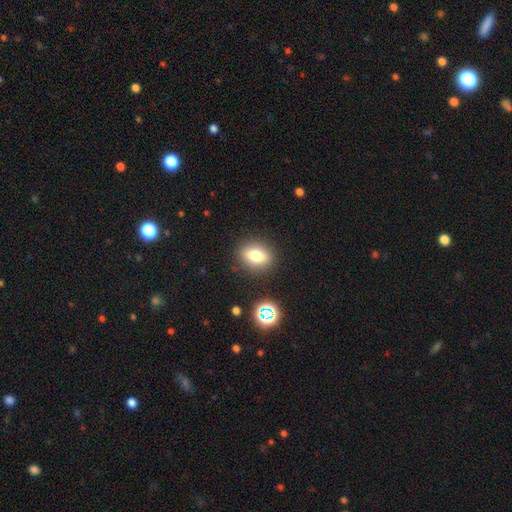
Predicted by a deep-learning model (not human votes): Smooth or featured? Predicted: smooth (p=0.72). How rounded? Predicted: in between (p=0.59). Merging? Predicted: none (p=0.87).